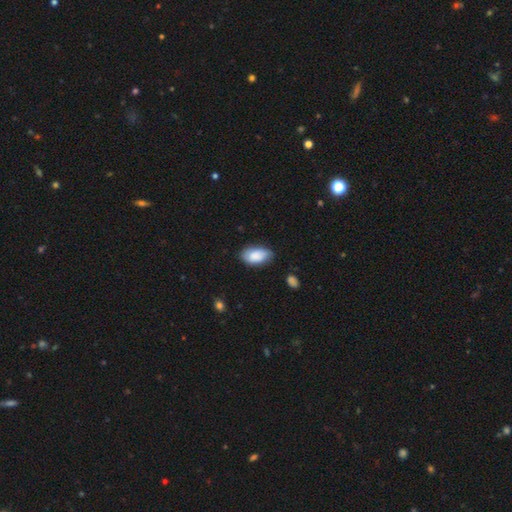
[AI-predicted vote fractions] Smooth or featured? Predicted: smooth (p=0.86). How rounded? Predicted: in between (p=0.94). Merging? Predicted: none (p=0.73).